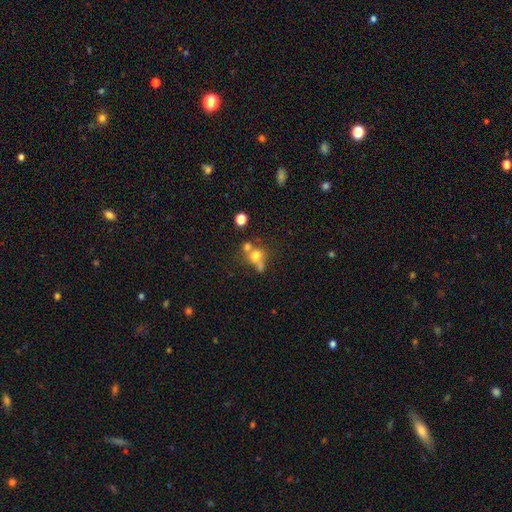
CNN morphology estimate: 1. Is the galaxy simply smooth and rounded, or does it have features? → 63% smooth, 20% featured or disk, 16% star or artifact.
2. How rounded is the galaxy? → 74% round, 24% in between, 2% cigar-shaped.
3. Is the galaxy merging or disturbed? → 46% merger, 35% none, 10% minor disturbance, 9% major disturbance.